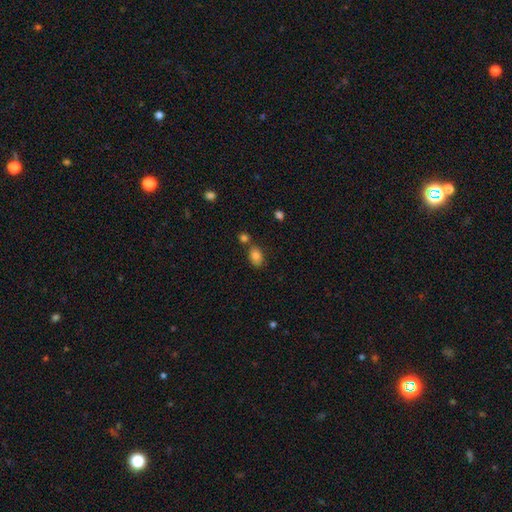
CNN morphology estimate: Smooth or featured? Predicted: smooth (p=0.84). How rounded? Predicted: in between (p=0.84). Merging? Predicted: none (p=0.65).